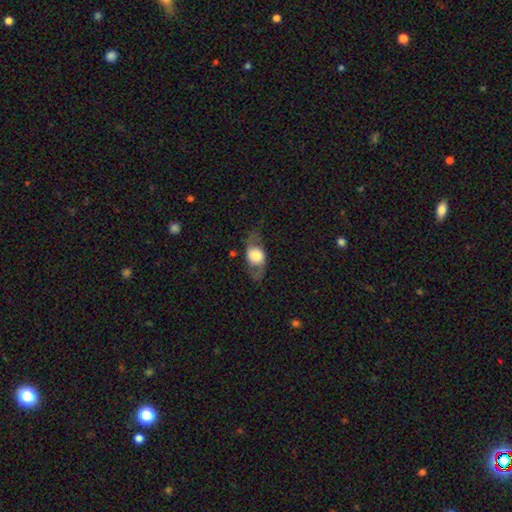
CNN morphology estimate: This appears to be a featured or disk galaxy (47%). Merging: none (69%).